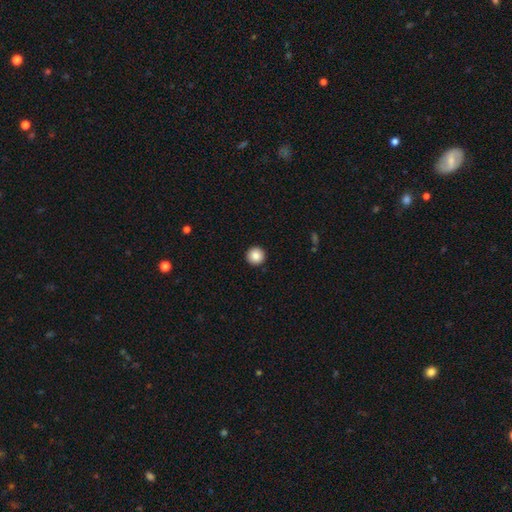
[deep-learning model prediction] This appears to be a smooth galaxy with no disk features (87%) that is round (96%). Merging: none (93%).